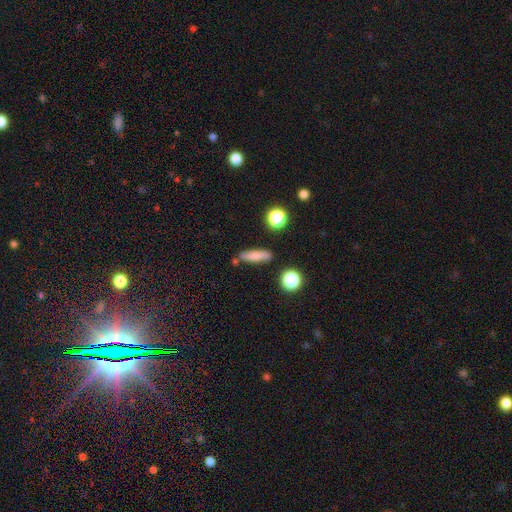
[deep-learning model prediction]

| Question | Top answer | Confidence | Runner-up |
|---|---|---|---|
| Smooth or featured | smooth | 75% | featured or disk (14%) |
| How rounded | cigar-shaped | 64% | in between (29%) |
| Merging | none | 80% | minor disturbance (12%) |